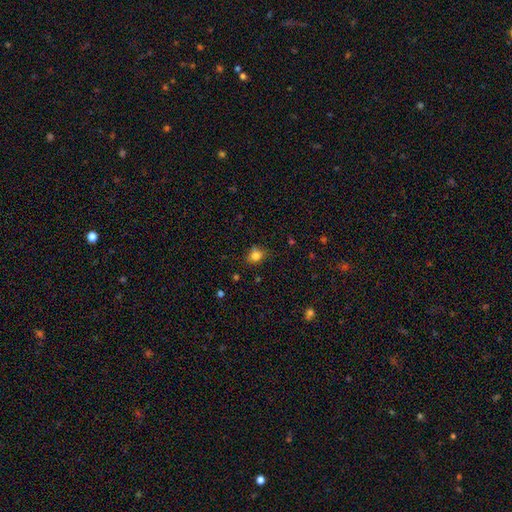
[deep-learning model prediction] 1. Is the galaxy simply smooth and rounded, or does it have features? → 79% smooth, 12% star or artifact, 9% featured or disk.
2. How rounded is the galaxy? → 56% round, 43% in between, 2% cigar-shaped.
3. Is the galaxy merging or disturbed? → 64% none, 26% minor disturbance, 7% major disturbance, 3% merger.